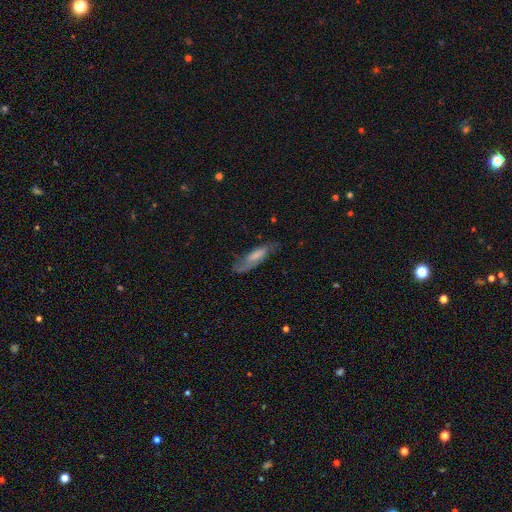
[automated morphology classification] This is possibly a smooth galaxy (50%). Merging: possibly none (59%).